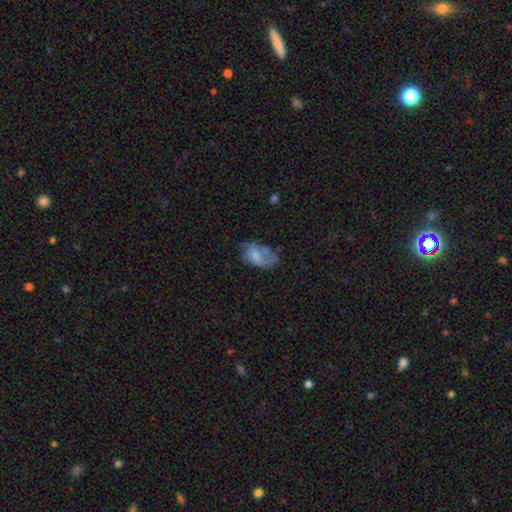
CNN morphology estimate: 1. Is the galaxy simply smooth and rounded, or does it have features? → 48% smooth, 42% featured or disk, 9% star or artifact.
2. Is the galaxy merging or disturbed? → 33% none, 32% major disturbance, 27% minor disturbance, 8% merger.